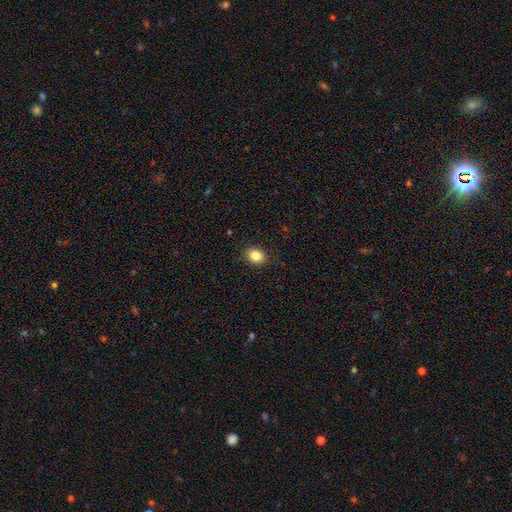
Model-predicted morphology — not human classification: Smooth or featured?
  - smooth: 84% *
  - star or artifact: 10%
  - featured or disk: 6%
How rounded?
  - in between: 53% *
  - round: 46%
  - cigar-shaped: 1%
Merging?
  - none: 89% *
  - minor disturbance: 8%
  - major disturbance: 2%
  - merger: 1%